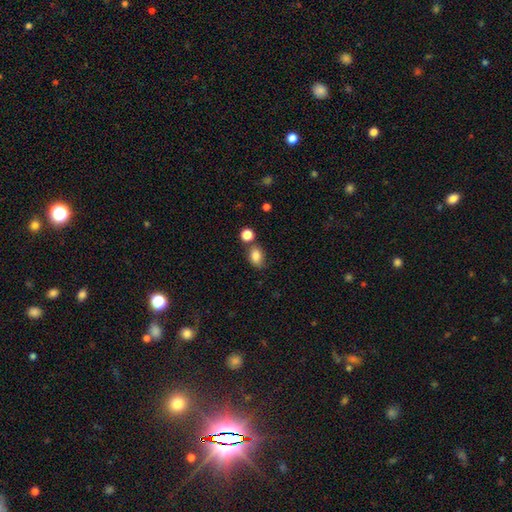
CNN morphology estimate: A smooth galaxy with no disk features (84%) that is in between round and cigar-shaped (70%). Merging: none (63%).